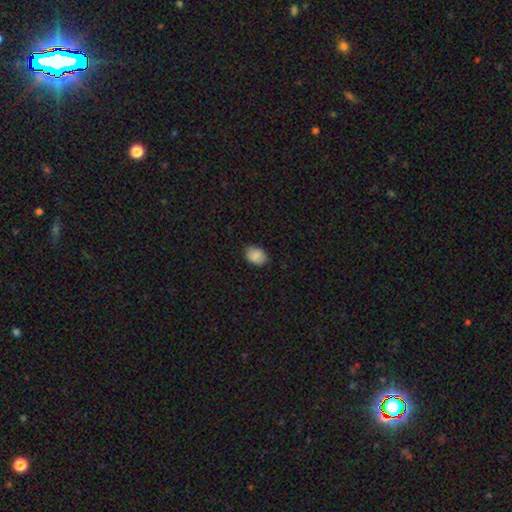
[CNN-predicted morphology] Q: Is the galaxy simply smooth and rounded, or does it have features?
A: smooth — 87%.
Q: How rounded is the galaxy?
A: in between — 75%.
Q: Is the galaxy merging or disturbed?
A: none — 82%.